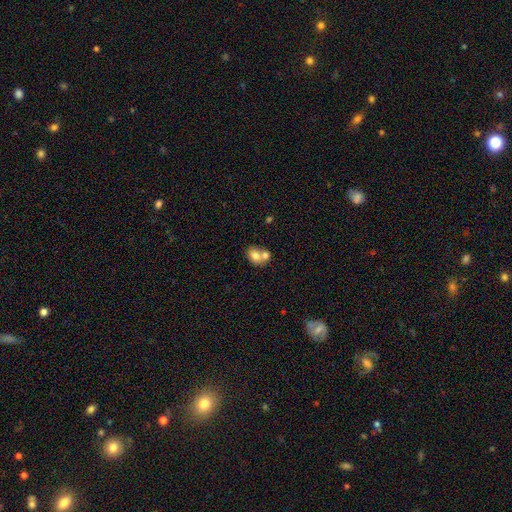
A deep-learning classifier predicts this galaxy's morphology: smooth-or-featured: smooth: 74% | featured or disk: 17% | star or artifact: 9%
  how-rounded: round: 50% | in between: 49% | cigar-shaped: 1%
  merging: merger: 58% | none: 31% | minor disturbance: 8% | major disturbance: 3%